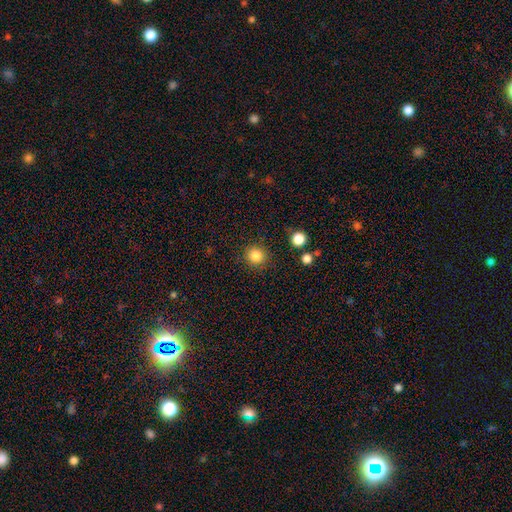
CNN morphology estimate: Smooth or featured?
  - smooth: 85% *
  - star or artifact: 11%
  - featured or disk: 4%
How rounded?
  - round: 92% *
  - in between: 7%
  - cigar-shaped: 1%
Merging?
  - none: 89% *
  - minor disturbance: 7%
  - major disturbance: 3%
  - merger: 2%